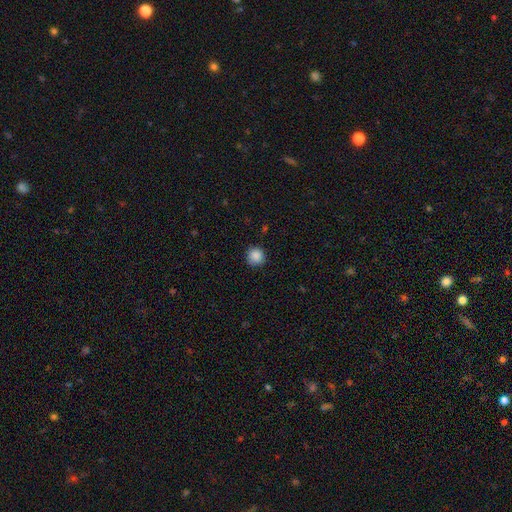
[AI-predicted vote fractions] smooth 87%, star or artifact 9%, featured or disk 4%. Down the decision tree: how rounded — round (93%); merging — none (84%).